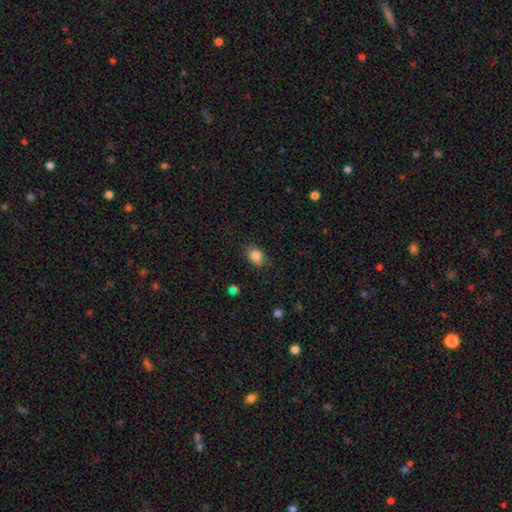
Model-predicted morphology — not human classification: This is clearly a smooth galaxy (83%). How rounded: likely in between (62%). Merging: likely none (73%).